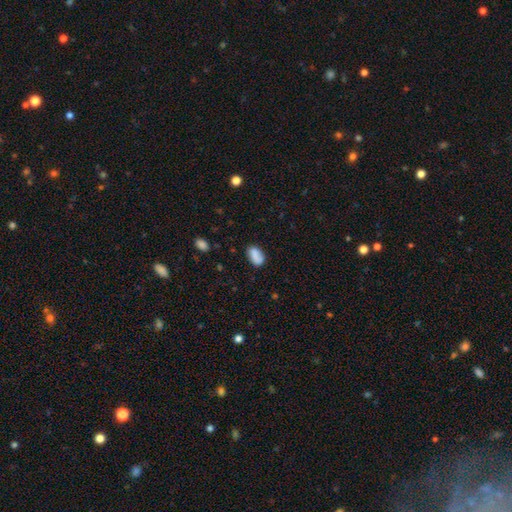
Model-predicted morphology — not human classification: Overall: smooth (82%). How rounded: in between (88%). Merging: none (70%).